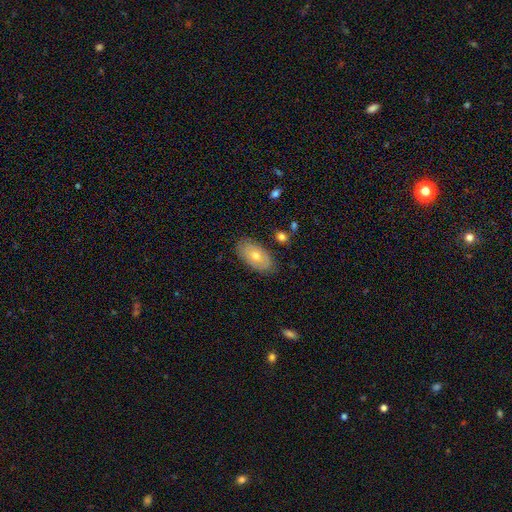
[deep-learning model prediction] Smooth or featured? smooth (47%)
Merging? none (83%)